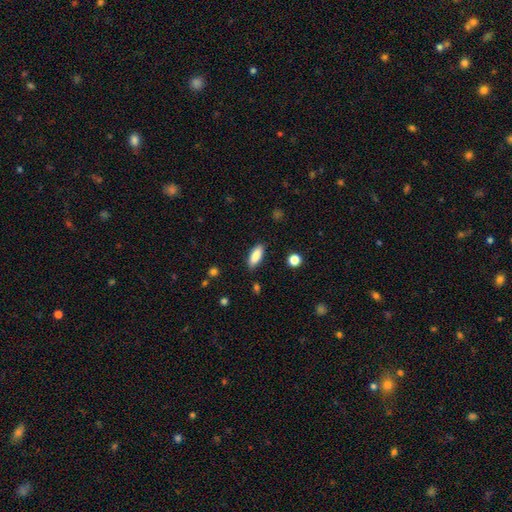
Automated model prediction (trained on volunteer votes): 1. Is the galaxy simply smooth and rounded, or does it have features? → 86% smooth, 7% featured or disk, 7% star or artifact.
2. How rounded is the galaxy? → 75% in between, 23% cigar-shaped, 2% round.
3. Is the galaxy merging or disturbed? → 86% none, 10% minor disturbance, 2% major disturbance, 1% merger.